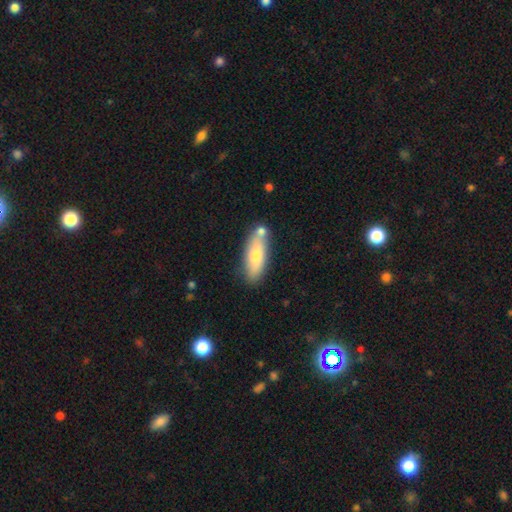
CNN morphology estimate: A smooth galaxy with no disk features (66%) that is in between round and cigar-shaped (62%). Merging: none (69%).